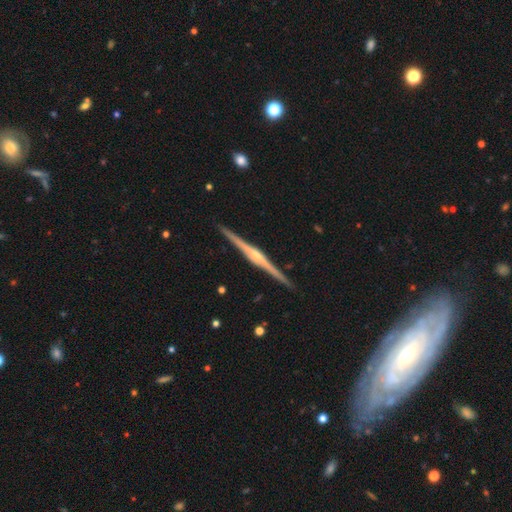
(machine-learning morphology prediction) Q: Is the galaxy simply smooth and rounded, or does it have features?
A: featured or disk — 89%.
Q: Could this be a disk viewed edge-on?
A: yes — 99%.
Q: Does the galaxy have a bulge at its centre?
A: rounded — 75%.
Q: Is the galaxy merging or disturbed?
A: none — 93%.